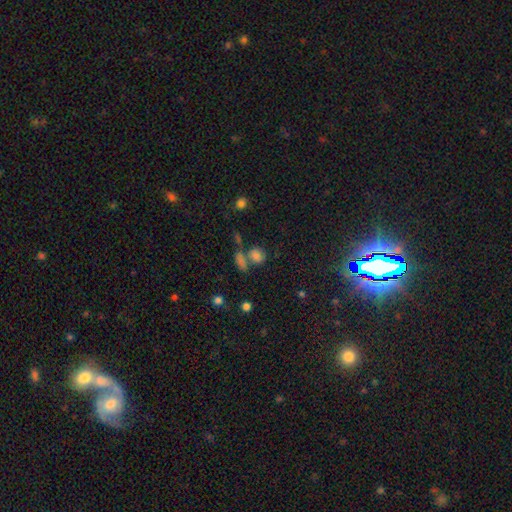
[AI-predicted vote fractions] Smooth or featured: smooth — 75% (star or artifact — 15%)
How rounded: in between — 49% (round — 47%)
Merging: none — 43% (merger — 38%)